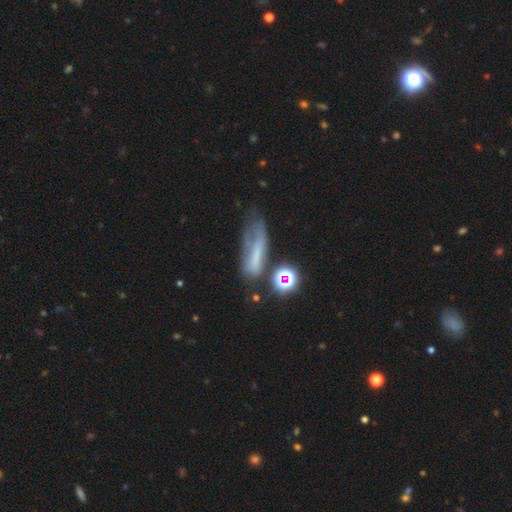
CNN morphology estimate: Smooth or featured: smooth — 44% (featured or disk — 34%)
Merging: none — 33% (major disturbance — 30%)